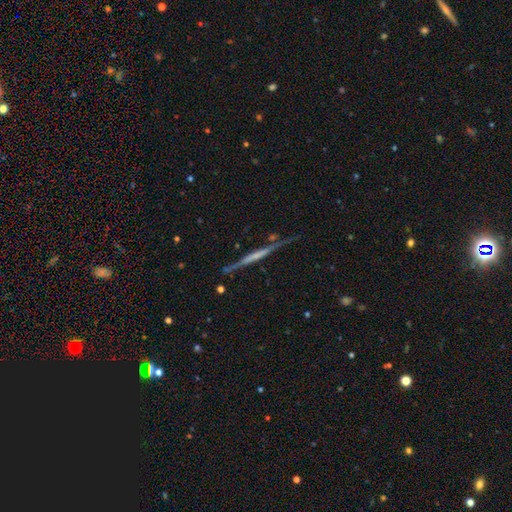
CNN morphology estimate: Smooth or featured: featured or disk — 73% (smooth — 20%)
Edge-on disk: yes — 96% (no — 4%)
Edge-on bulge: none — 60% (rounded — 22%)
Merging: none — 77% (minor disturbance — 15%)